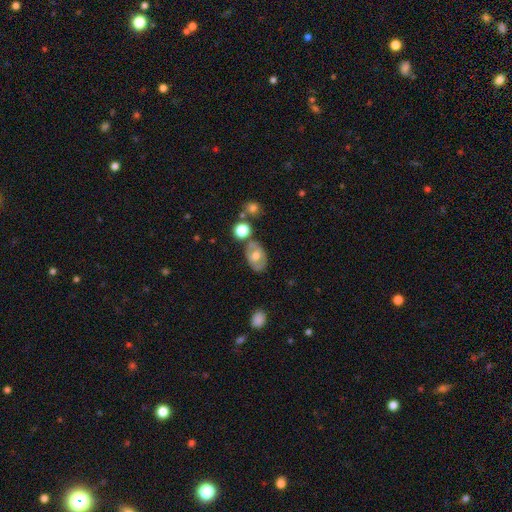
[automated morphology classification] The model was most divided on "smooth or featured": smooth: 47%, featured or disk: 46%, star or artifact: 7%. More confident: merging — none (68%).